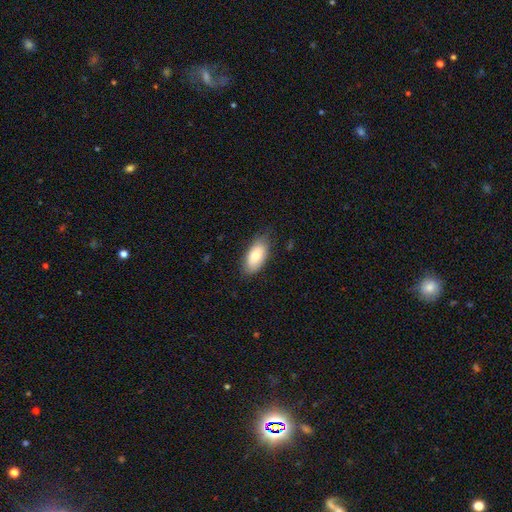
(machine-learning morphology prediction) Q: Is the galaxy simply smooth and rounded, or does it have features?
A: smooth — 80%.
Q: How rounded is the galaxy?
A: in between — 92%.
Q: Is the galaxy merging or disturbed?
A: none — 76%.